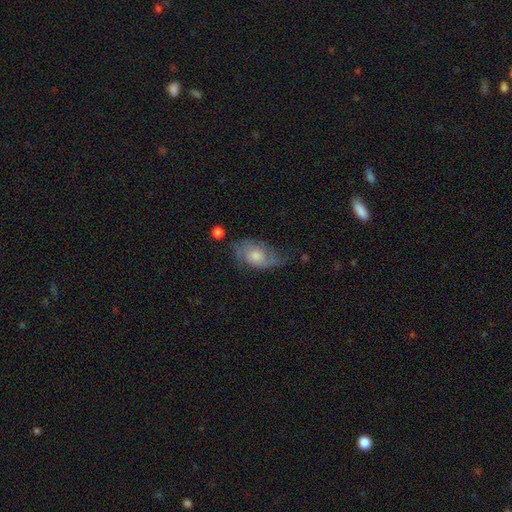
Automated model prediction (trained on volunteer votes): The model was most divided on "smooth or featured": featured or disk: 57%, smooth: 35%, star or artifact: 9%. More confident: edge-on disk — no (93%); spiral arms — yes (80%); bar — no (77%); merging — none (53%); bulge size — moderate (52%).